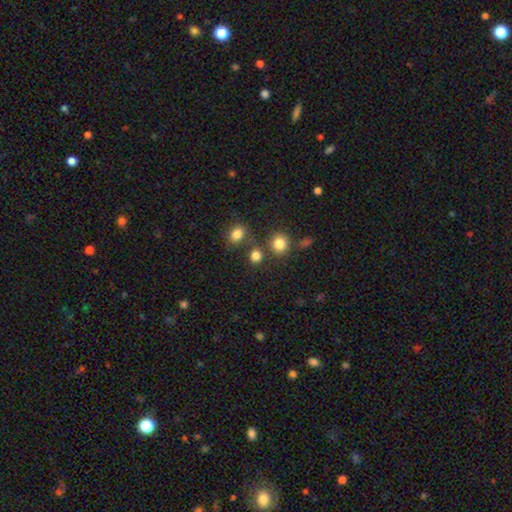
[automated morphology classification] Smooth or featured?
  - smooth: 82% *
  - star or artifact: 13%
  - featured or disk: 5%
How rounded?
  - round: 76% *
  - in between: 23%
  - cigar-shaped: 1%
Merging?
  - none: 70% *
  - merger: 17%
  - minor disturbance: 9%
  - major disturbance: 4%